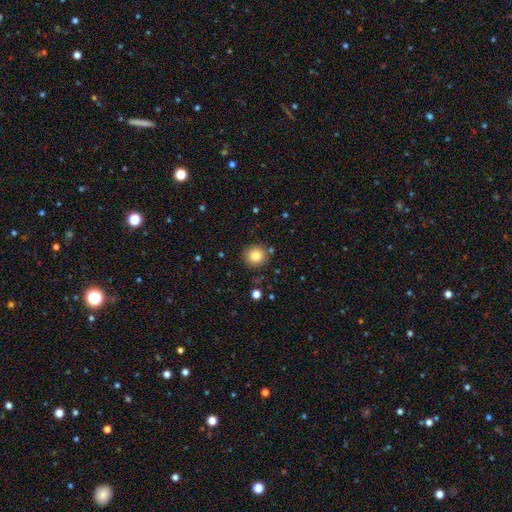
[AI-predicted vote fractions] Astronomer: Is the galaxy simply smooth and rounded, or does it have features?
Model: smooth — 84%.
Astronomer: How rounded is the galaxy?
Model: round — 92%.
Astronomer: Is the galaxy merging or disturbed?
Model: none — 86%.